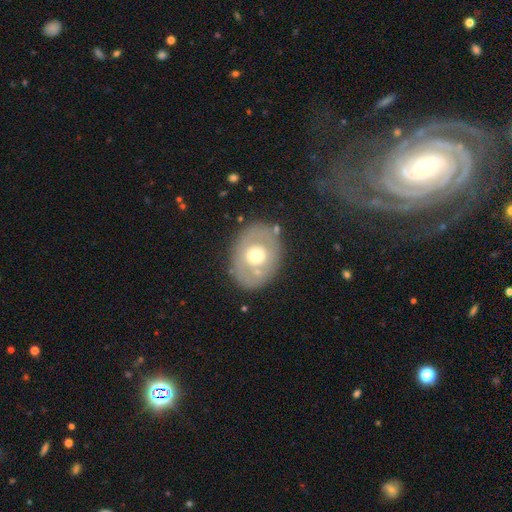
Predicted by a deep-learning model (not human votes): Smooth or featured? featured or disk (49%)
Merging? none (77%)